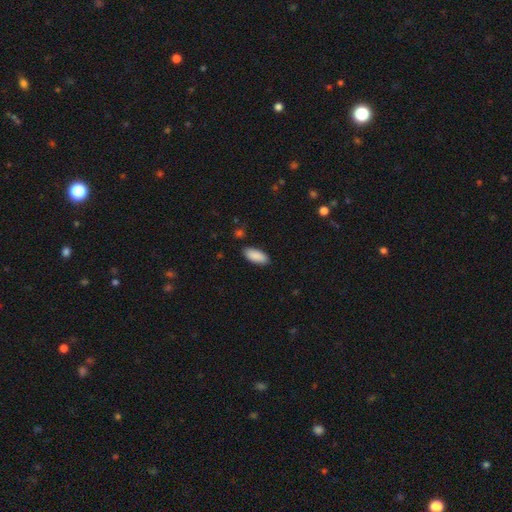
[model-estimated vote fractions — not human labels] A smooth galaxy with no disk features (90%) that is in between round and cigar-shaped (83%).

Vote fractions:
- Smooth or featured? smooth: 90% / star or artifact: 6% / featured or disk: 4%
- How rounded? in between: 83% / cigar-shaped: 15% / round: 2%
- Merging? none: 88% / minor disturbance: 9% / major disturbance: 2% / merger: 1%